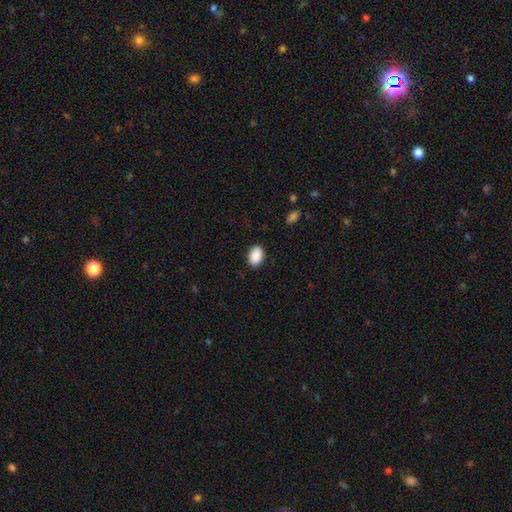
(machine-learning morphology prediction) Overall: smooth (91%). How rounded: in between (88%). Merging: none (88%).